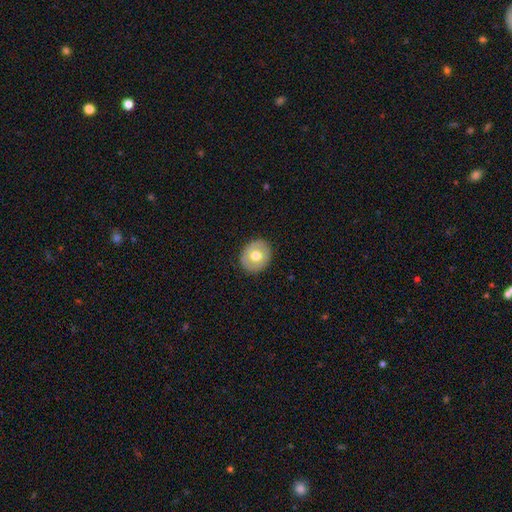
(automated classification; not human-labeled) This appears to be a smooth galaxy with no disk features (64%) that is round (70%). Merging: none (89%).